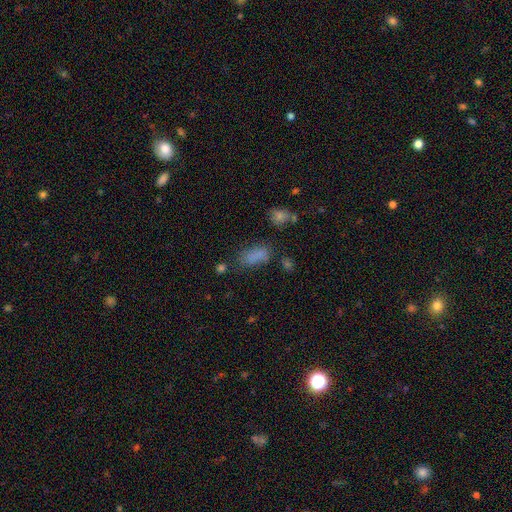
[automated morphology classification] Smooth or featured? Predicted: smooth (p=0.78). How rounded? Predicted: in between (p=0.84). Merging? Predicted: none (p=0.56).